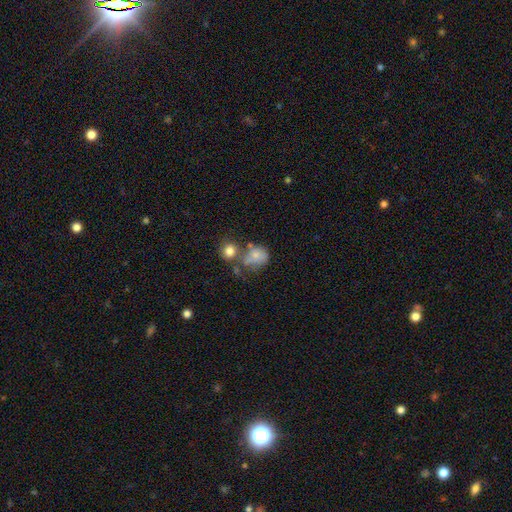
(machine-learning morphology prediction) This is likely a smooth galaxy (72%). How rounded: possibly round (59%). Merging: marginally merger (32%, tied with none).